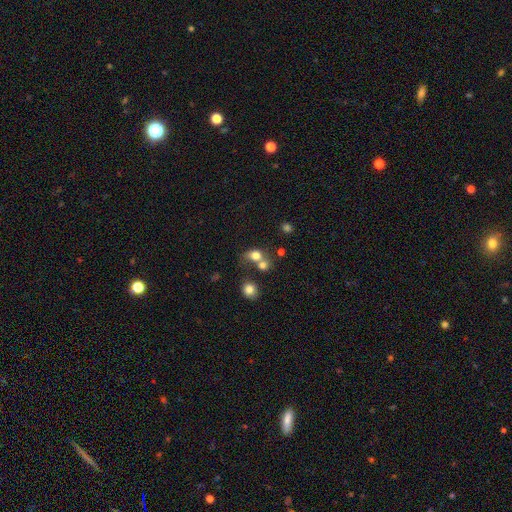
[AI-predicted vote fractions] Q: Smooth or featured?
A: smooth (75%); runner-up: star or artifact (13%)
Q: How rounded?
A: round (58%); runner-up: in between (40%)
Q: Merging?
A: merger (48%); runner-up: none (35%)